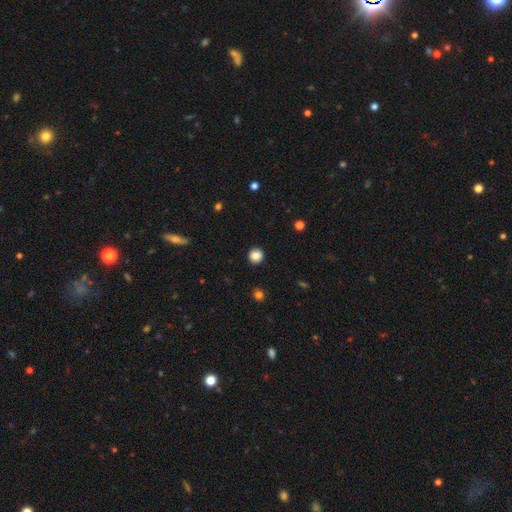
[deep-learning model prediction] Smooth or featured? smooth (87%)
How rounded? round (95%)
Merging? none (93%)